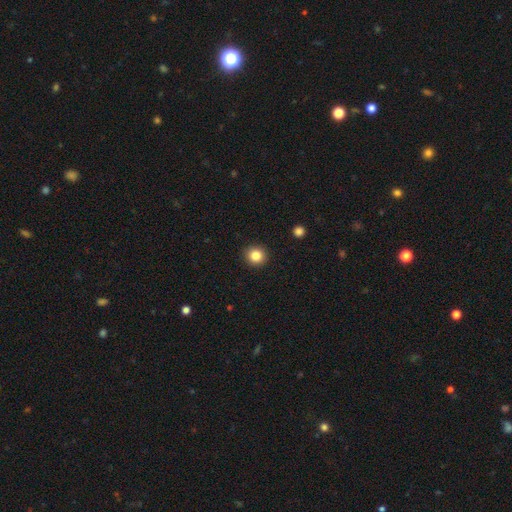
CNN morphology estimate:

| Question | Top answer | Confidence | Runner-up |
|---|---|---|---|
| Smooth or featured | smooth | 84% | star or artifact (11%) |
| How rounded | round | 92% | in between (7%) |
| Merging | none | 92% | minor disturbance (5%) |